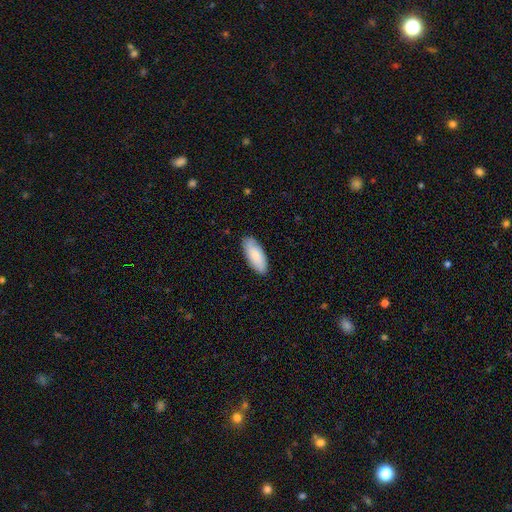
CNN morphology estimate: A smooth galaxy with no disk features (80%) that is in between round and cigar-shaped (83%).

Vote fractions:
- Smooth or featured? smooth: 80% / featured or disk: 15% / star or artifact: 5%
- How rounded? in between: 83% / cigar-shaped: 15% / round: 2%
- Merging? none: 86% / minor disturbance: 11% / major disturbance: 2% / merger: 1%